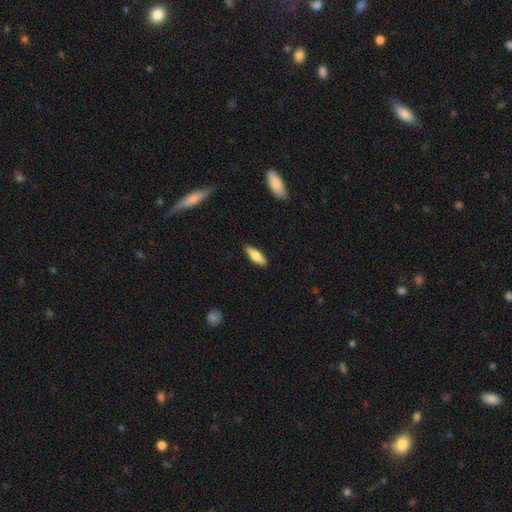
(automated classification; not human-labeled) This appears to be a smooth galaxy with no disk features (68%) that is cigar-shaped (50%). Merging: none (88%).